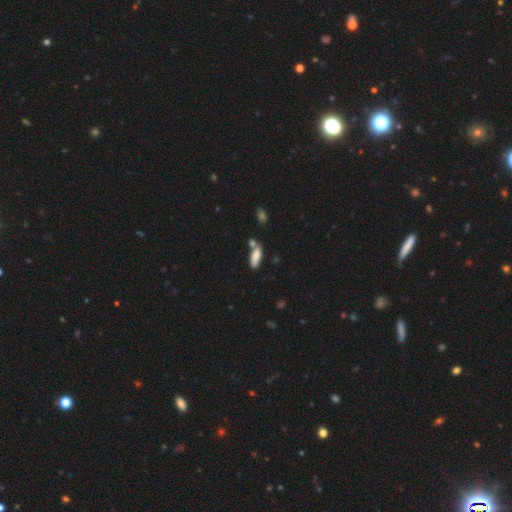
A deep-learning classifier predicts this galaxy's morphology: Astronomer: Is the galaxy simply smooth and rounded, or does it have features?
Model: smooth — 83%.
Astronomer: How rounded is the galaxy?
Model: in between — 65%.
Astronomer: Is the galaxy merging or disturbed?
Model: none — 58%.